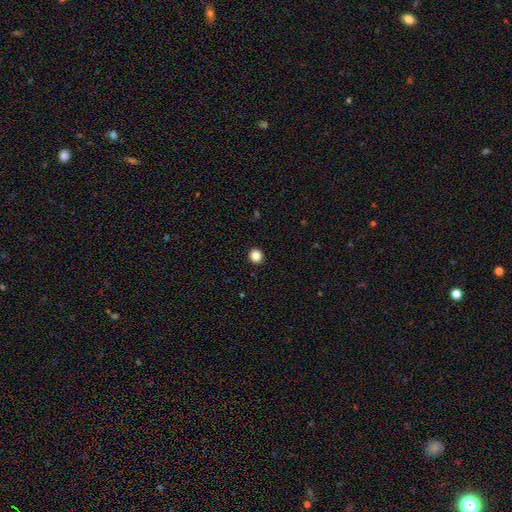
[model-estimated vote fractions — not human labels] Morphology: type=smooth (85%); roundness=round (91%); merging=none (93%).